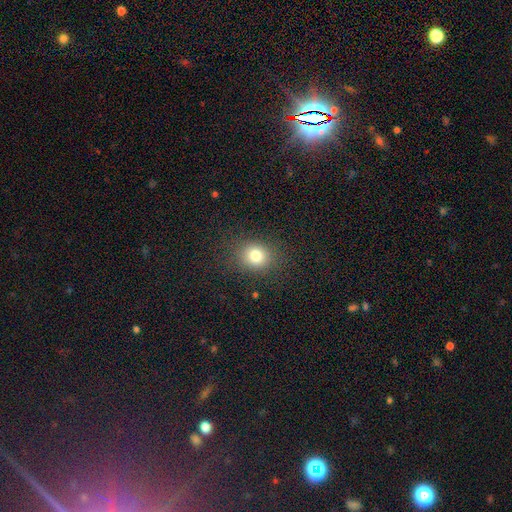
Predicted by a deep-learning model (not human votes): The model was most divided on "how rounded": round: 74%, in between: 25%, cigar-shaped: 1%. More confident: merging — none (86%); smooth or featured — smooth (78%).